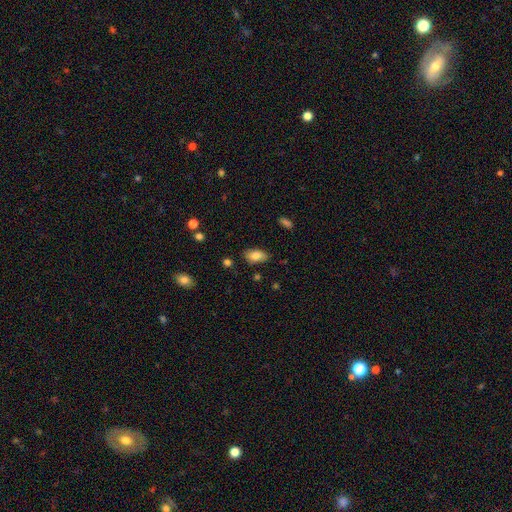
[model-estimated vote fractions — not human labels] smooth_or_featured: smooth (p=0.82) [alt: featured or disk p=0.10]
how_rounded: in between (p=0.91) [alt: round p=0.05]
merging: none (p=0.77) [alt: minor disturbance p=0.17]